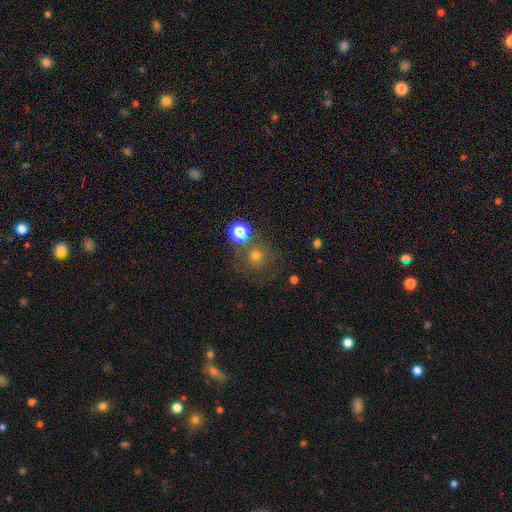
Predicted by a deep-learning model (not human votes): A smooth galaxy with no disk features (62%) that is round (91%). Merging: none (67%).